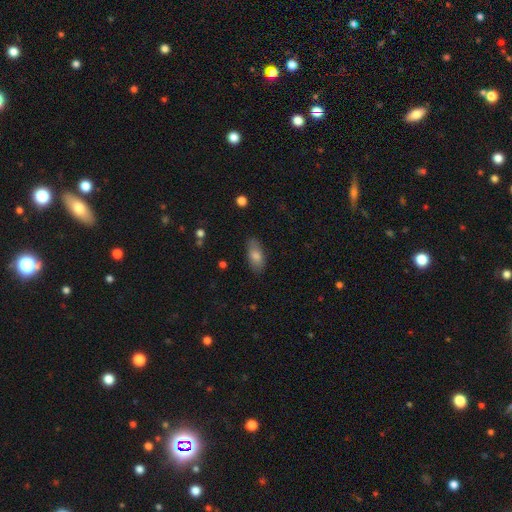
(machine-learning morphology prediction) A smooth galaxy with no disk features (77%) that is in between round and cigar-shaped (87%). Merging: none (85%).